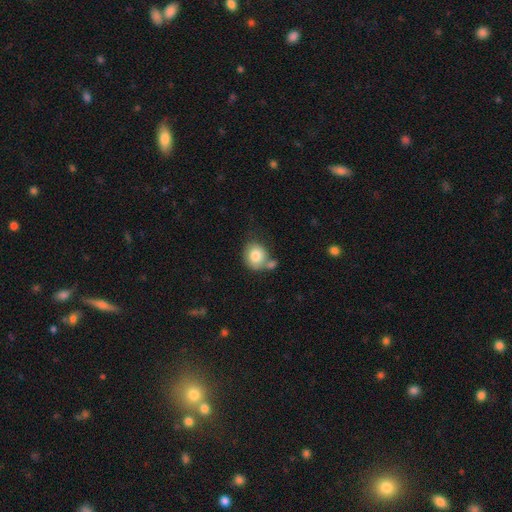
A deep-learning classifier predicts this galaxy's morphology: This is clearly a smooth galaxy (80%). How rounded: likely round (75%). Merging: possibly none (50%).